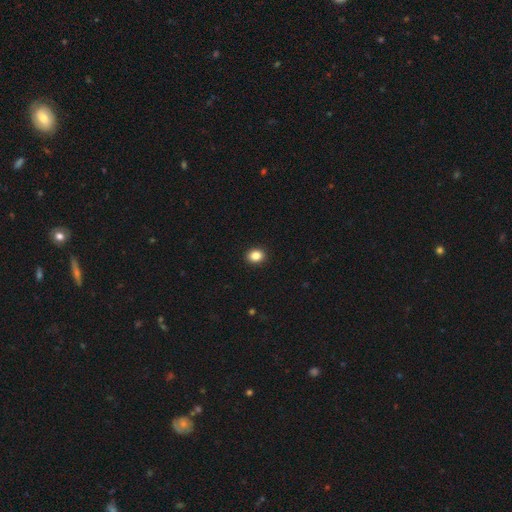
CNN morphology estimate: type=smooth (87%); roundness=round (57%); merging=none (92%).